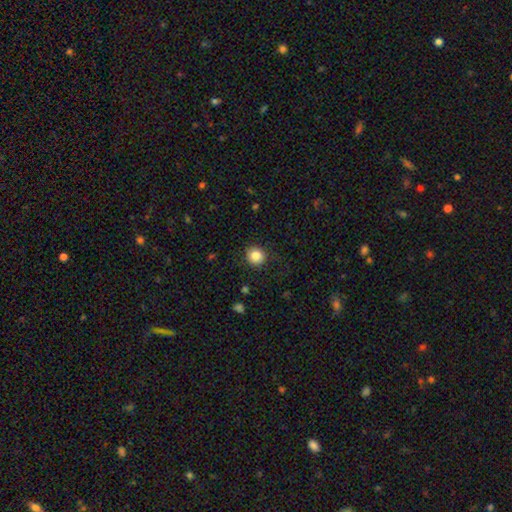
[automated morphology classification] A smooth galaxy with no disk features (85%) that is round (92%). Merging: none (87%).